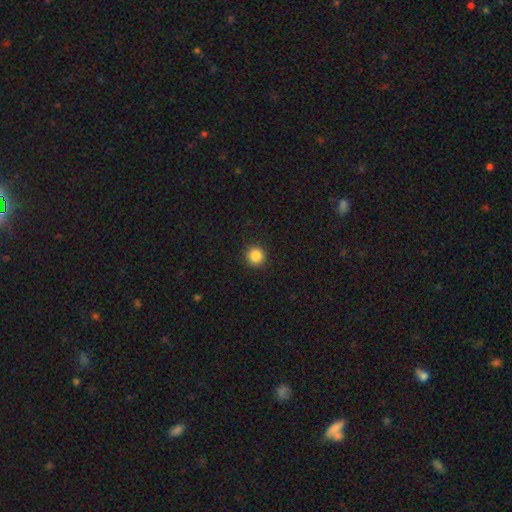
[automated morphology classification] Smooth or featured? smooth (87%)
How rounded? round (94%)
Merging? none (92%)